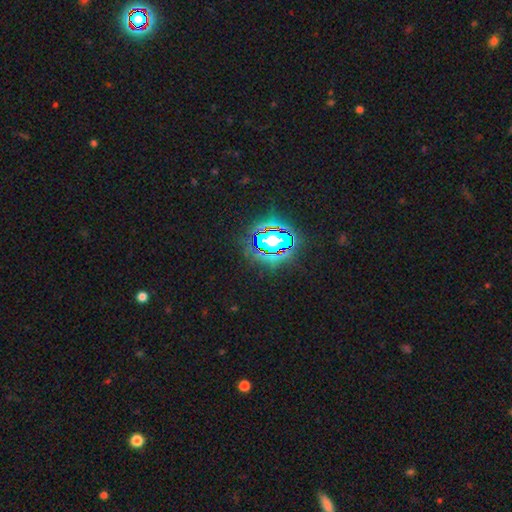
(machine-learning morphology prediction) A star or artifact, not a galaxy (84%).

Vote fractions:
- Smooth or featured? star or artifact: 84% / smooth: 10% / featured or disk: 6%